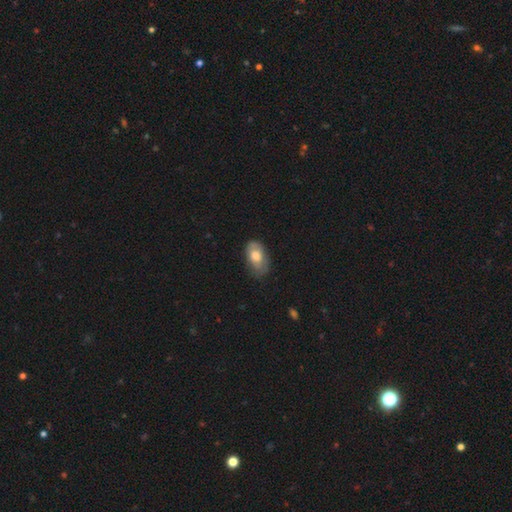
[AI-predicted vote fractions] Smooth or featured: smooth — 68% (featured or disk — 26%)
How rounded: in between — 91% (round — 7%)
Merging: none — 61% (minor disturbance — 29%)